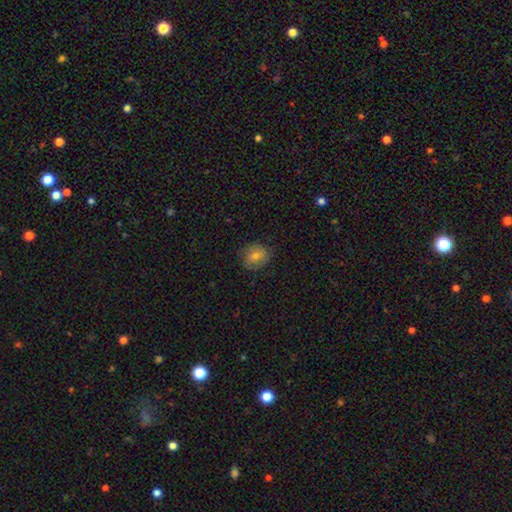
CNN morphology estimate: This appears to be a smooth galaxy with no disk features (59%) that is round (64%). Merging: none (79%).